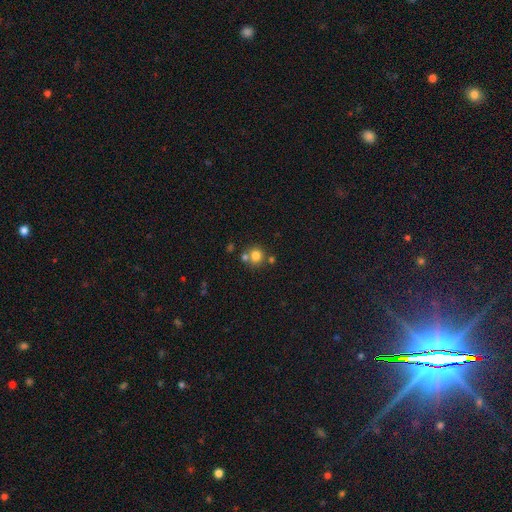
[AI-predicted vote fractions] smooth-or-featured: smooth: 78% | star or artifact: 13% | featured or disk: 9%
  how-rounded: round: 89% | in between: 10% | cigar-shaped: 1%
  merging: none: 62% | merger: 25% | minor disturbance: 9% | major disturbance: 3%